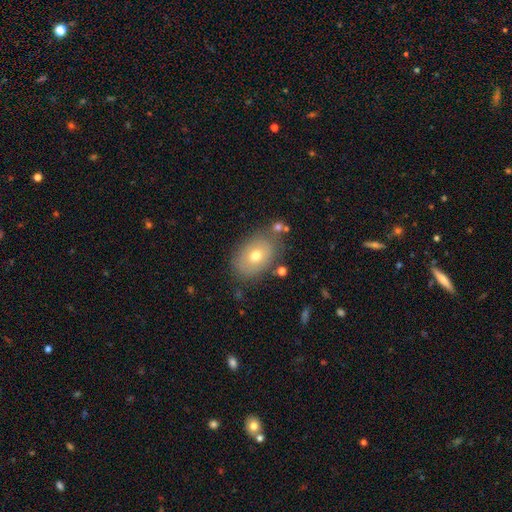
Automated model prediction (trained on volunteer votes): smooth_or_featured: smooth (p=0.67) [alt: featured or disk p=0.24]
how_rounded: in between (p=0.79) [alt: round p=0.20]
merging: none (p=0.75) [alt: minor disturbance p=0.16]